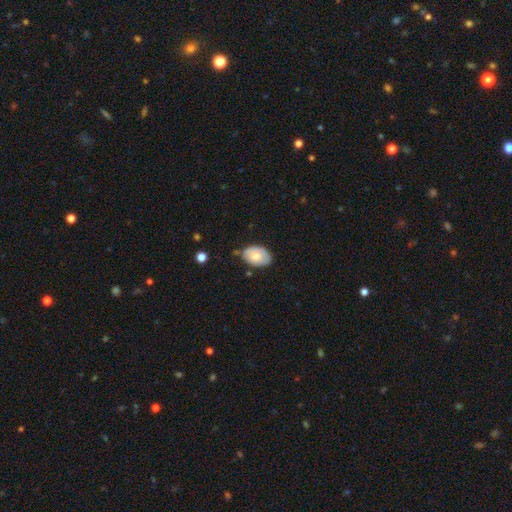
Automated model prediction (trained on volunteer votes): Smooth or featured?
  - smooth: 70% *
  - featured or disk: 24%
  - star or artifact: 6%
How rounded?
  - in between: 87% *
  - round: 12%
  - cigar-shaped: 1%
Merging?
  - none: 65% *
  - minor disturbance: 27%
  - major disturbance: 5%
  - merger: 3%